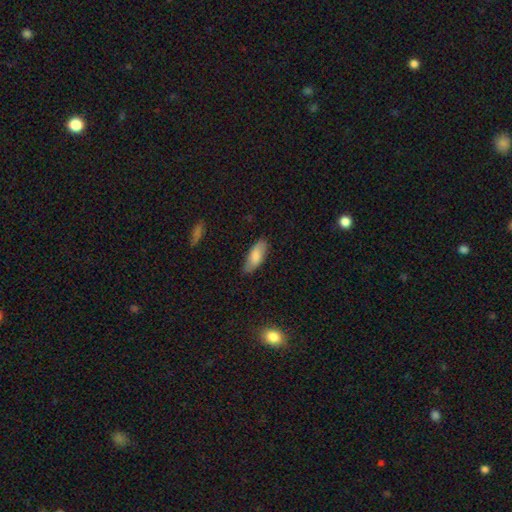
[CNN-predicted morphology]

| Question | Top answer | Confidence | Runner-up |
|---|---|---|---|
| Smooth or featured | smooth | 80% | featured or disk (14%) |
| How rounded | in between | 79% | cigar-shaped (19%) |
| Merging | none | 79% | minor disturbance (17%) |